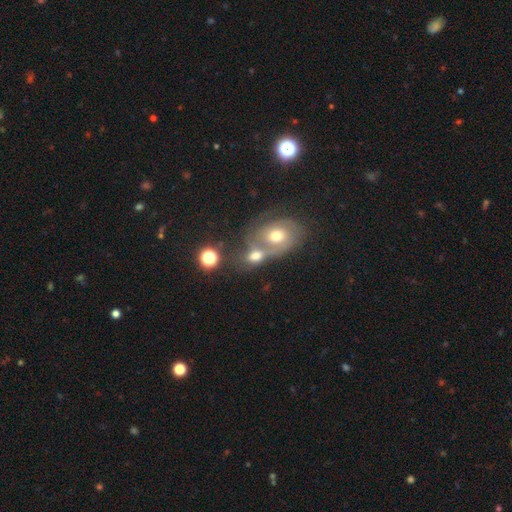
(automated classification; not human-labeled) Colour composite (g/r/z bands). It shows a smooth galaxy with no disk features (54%) that is in between round and cigar-shaped (63%). Merging: merger (60%).